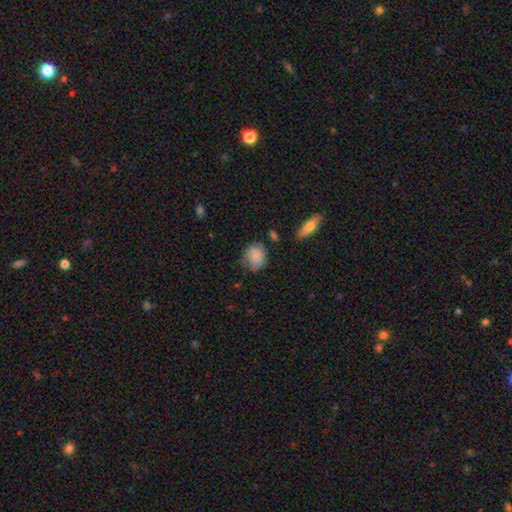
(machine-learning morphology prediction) smooth-or-featured: smooth: 77% | featured or disk: 15% | star or artifact: 8%
  how-rounded: round: 60% | in between: 39% | cigar-shaped: 1%
  merging: none: 56% | minor disturbance: 30% | major disturbance: 11% | merger: 3%